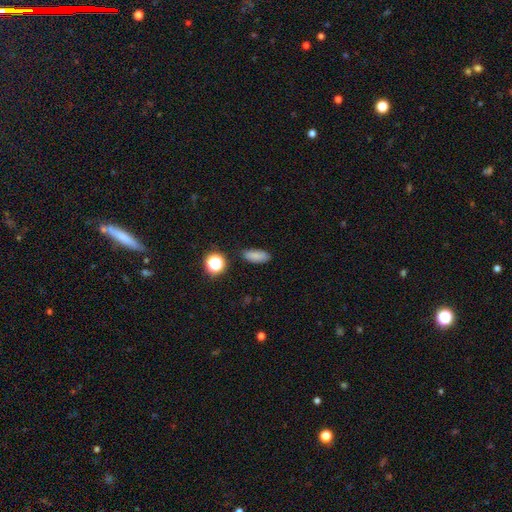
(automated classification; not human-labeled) A smooth galaxy with no disk features (81%) that is in between round and cigar-shaped (77%).

Vote fractions:
- Smooth or featured? smooth: 81% / star or artifact: 13% / featured or disk: 6%
- How rounded? in between: 77% / cigar-shaped: 16% / round: 6%
- Merging? none: 83% / minor disturbance: 12% / major disturbance: 3% / merger: 2%